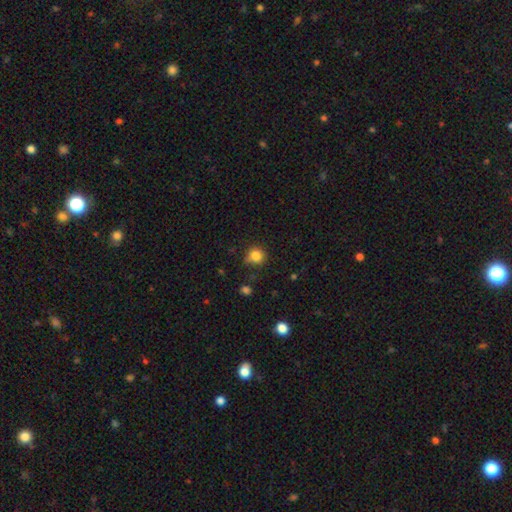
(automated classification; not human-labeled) Smooth or featured? smooth (84%)
How rounded? round (87%)
Merging? none (73%)